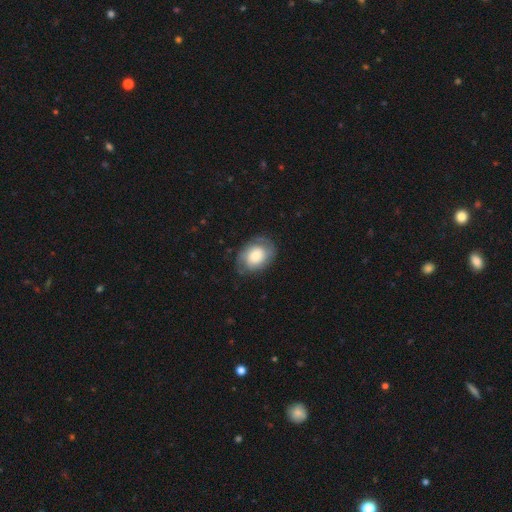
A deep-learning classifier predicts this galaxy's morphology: type=smooth (47%); merging=none (70%).